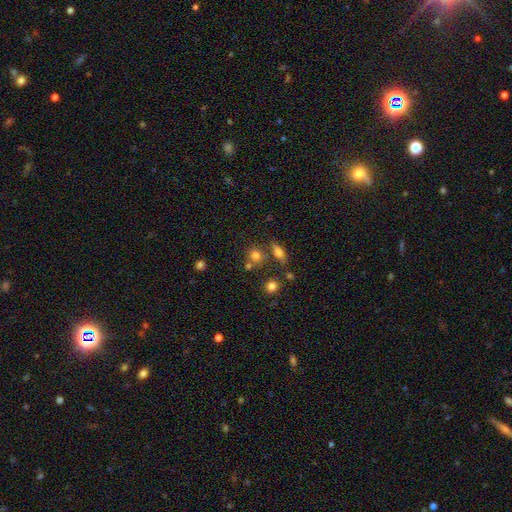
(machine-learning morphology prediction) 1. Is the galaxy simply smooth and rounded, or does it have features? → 74% smooth, 15% star or artifact, 11% featured or disk.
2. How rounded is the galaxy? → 81% round, 17% in between, 2% cigar-shaped.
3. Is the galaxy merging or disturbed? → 64% none, 21% merger, 11% minor disturbance, 4% major disturbance.